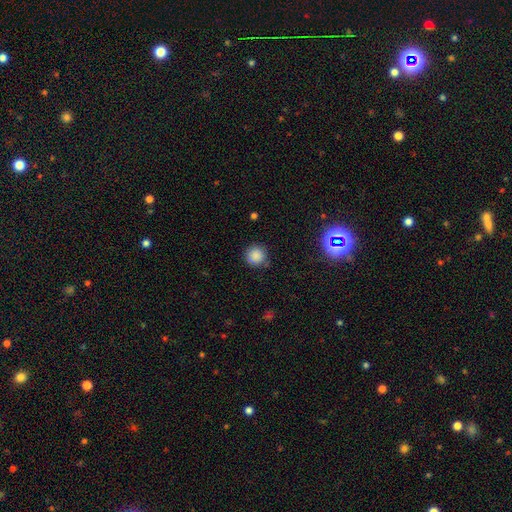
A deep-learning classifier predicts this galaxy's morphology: Smooth or featured? Predicted: smooth (p=0.84). How rounded? Predicted: round (p=0.94). Merging? Predicted: none (p=0.84).